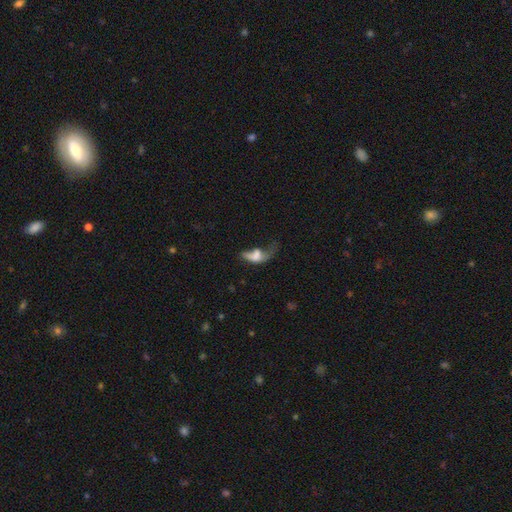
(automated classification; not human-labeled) Overall: smooth (54%; featured or disk 35%). How rounded: in between (79%). Merging: major disturbance (57%).